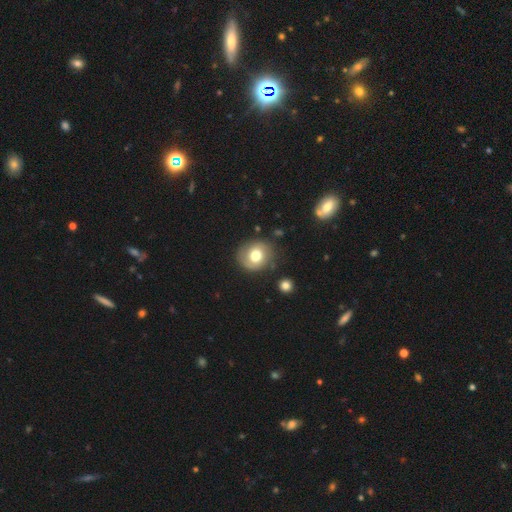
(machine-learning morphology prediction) smooth-or-featured: smooth: 62% | featured or disk: 30% | star or artifact: 9%
  how-rounded: round: 78% | in between: 22% | cigar-shaped: 1%
  merging: none: 79% | minor disturbance: 14% | major disturbance: 5% | merger: 2%